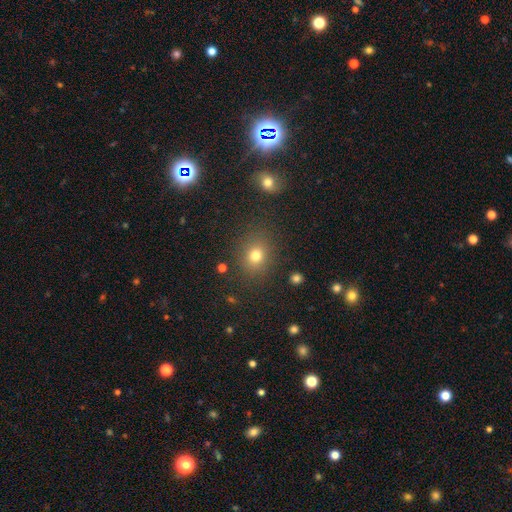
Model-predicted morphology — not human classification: Overall: smooth (77%). How rounded: round (66%; in between 33%). Merging: none (83%).